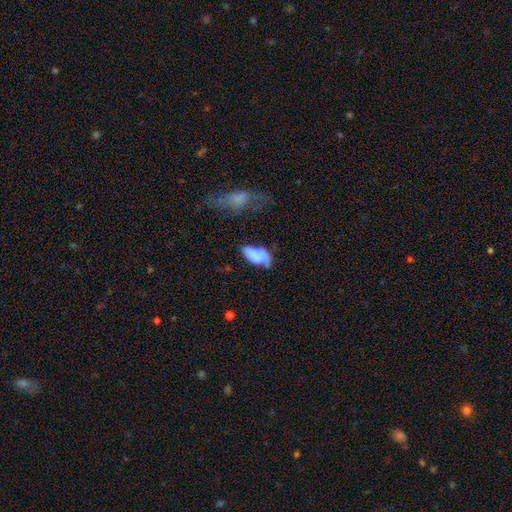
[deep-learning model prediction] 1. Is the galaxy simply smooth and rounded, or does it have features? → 69% smooth, 23% featured or disk, 8% star or artifact.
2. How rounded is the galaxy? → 89% in between, 8% cigar-shaped, 3% round.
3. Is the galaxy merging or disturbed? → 37% none, 31% minor disturbance, 17% major disturbance, 15% merger.